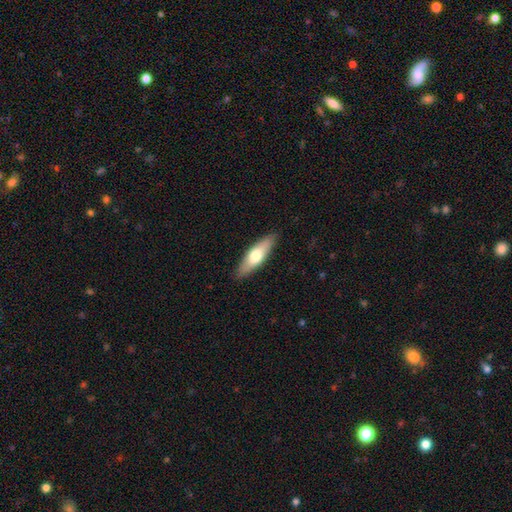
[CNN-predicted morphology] smooth 60%, featured or disk 35%, star or artifact 5%. Down the decision tree: how rounded — cigar-shaped (55%); merging — none (89%).